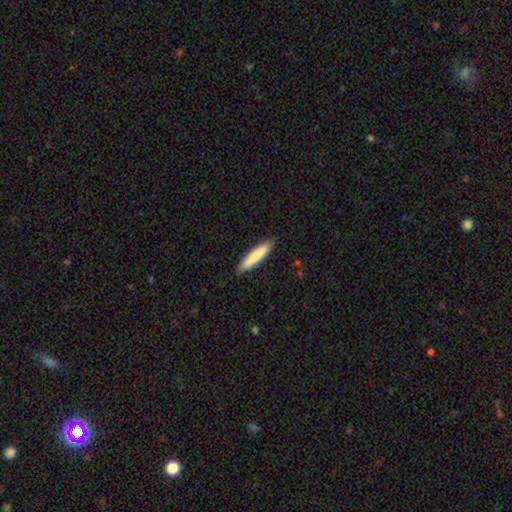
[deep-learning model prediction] Smooth or featured?
  - smooth: 82% *
  - featured or disk: 12%
  - star or artifact: 5%
How rounded?
  - cigar-shaped: 88% *
  - in between: 11%
  - round: 1%
Merging?
  - none: 90% *
  - minor disturbance: 8%
  - major disturbance: 1%
  - merger: 1%